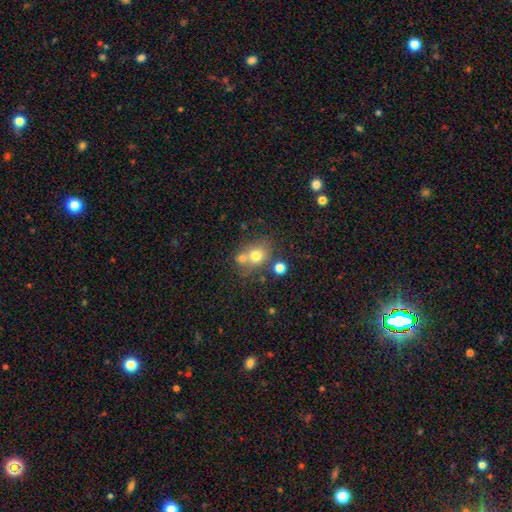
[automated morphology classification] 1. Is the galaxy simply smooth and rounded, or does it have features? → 71% smooth, 16% featured or disk, 13% star or artifact.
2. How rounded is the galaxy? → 67% round, 32% in between, 1% cigar-shaped.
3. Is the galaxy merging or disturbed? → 51% none, 33% merger, 11% minor disturbance, 5% major disturbance.